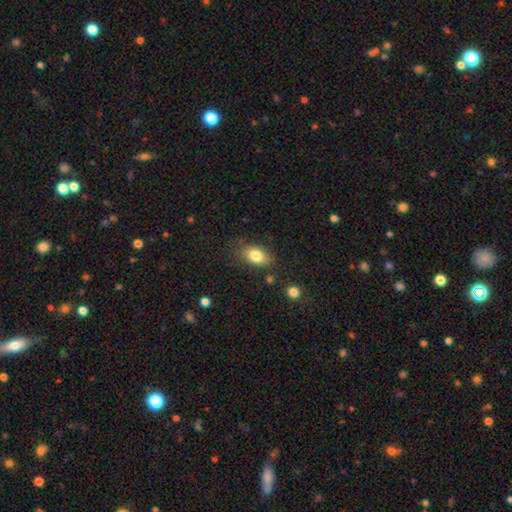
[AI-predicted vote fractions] smooth-or-featured: smooth: 82% | featured or disk: 10% | star or artifact: 8%
  how-rounded: in between: 86% | round: 11% | cigar-shaped: 2%
  merging: none: 75% | minor disturbance: 17% | major disturbance: 5% | merger: 3%